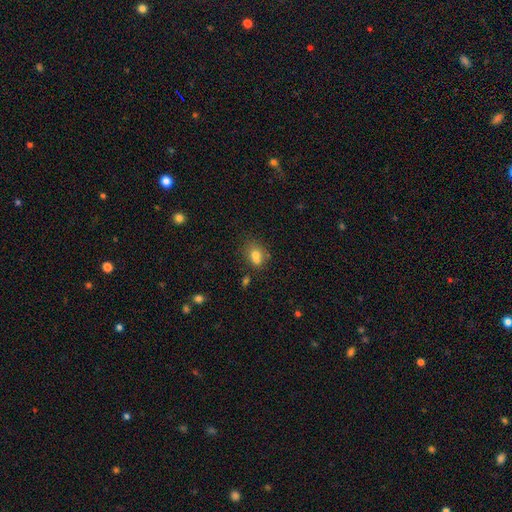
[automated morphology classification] Smooth or featured? Predicted: smooth (p=0.73). How rounded? Predicted: in between (p=0.50). Merging? Predicted: none (p=0.43).